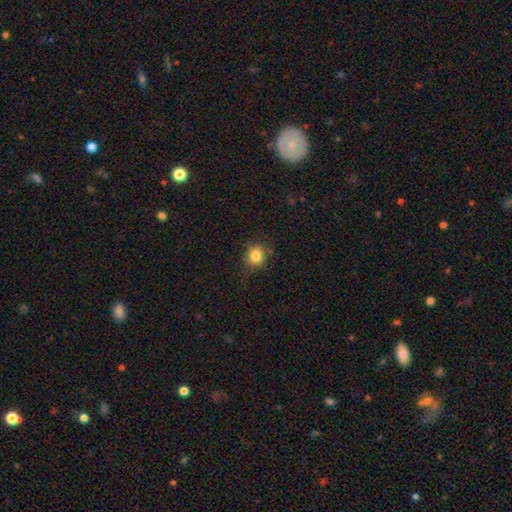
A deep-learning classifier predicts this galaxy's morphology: A smooth galaxy with no disk features (82%) that is round (85%).

Vote fractions:
- Smooth or featured? smooth: 82% / star or artifact: 11% / featured or disk: 7%
- How rounded? round: 85% / in between: 14% / cigar-shaped: 1%
- Merging? none: 72% / minor disturbance: 21% / major disturbance: 6% / merger: 2%